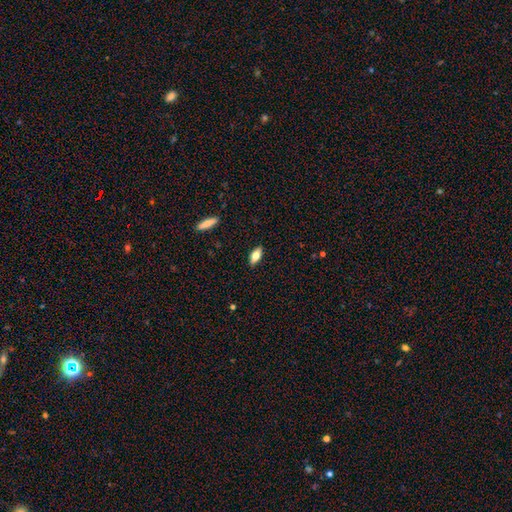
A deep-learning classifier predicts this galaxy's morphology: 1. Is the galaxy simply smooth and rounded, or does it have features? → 66% smooth, 26% featured or disk, 7% star or artifact.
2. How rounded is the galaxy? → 77% in between, 20% cigar-shaped, 3% round.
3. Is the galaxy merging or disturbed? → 89% none, 8% minor disturbance, 2% major disturbance, 1% merger.